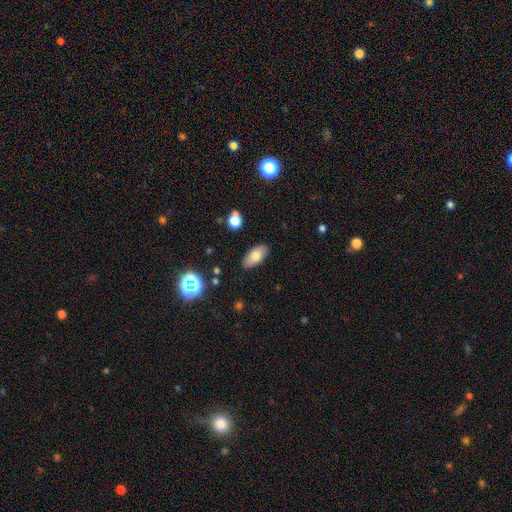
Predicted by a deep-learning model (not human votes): Smooth or featured: smooth — 73% (featured or disk — 18%)
How rounded: in between — 90% (cigar-shaped — 7%)
Merging: none — 87% (minor disturbance — 10%)